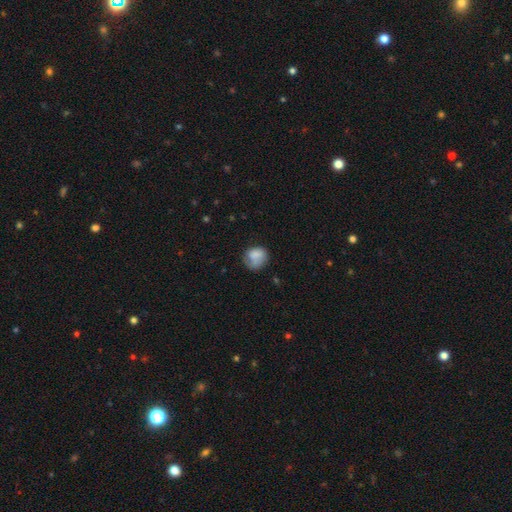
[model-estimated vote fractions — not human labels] Smooth or featured? Predicted: smooth (p=0.73). How rounded? Predicted: round (p=0.64). Merging? Predicted: none (p=0.48).